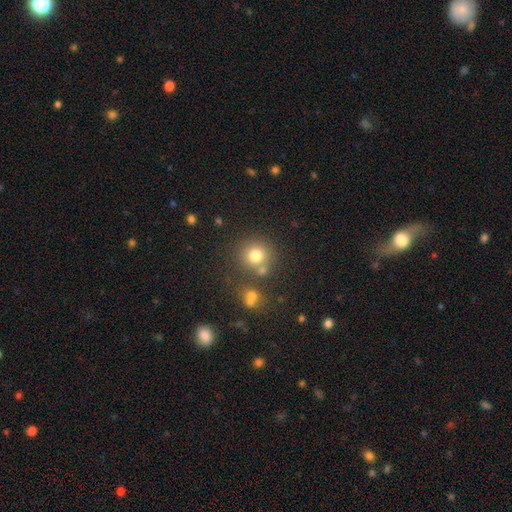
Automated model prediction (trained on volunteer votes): Smooth or featured? smooth (77%)
How rounded? round (90%)
Merging? none (70%)